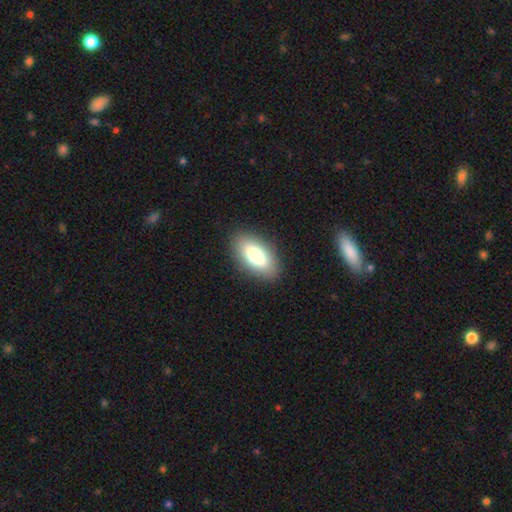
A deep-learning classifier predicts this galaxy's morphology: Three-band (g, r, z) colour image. It shows a smooth galaxy with no disk features (78%) that is in between round and cigar-shaped (90%). Merging: none (88%).